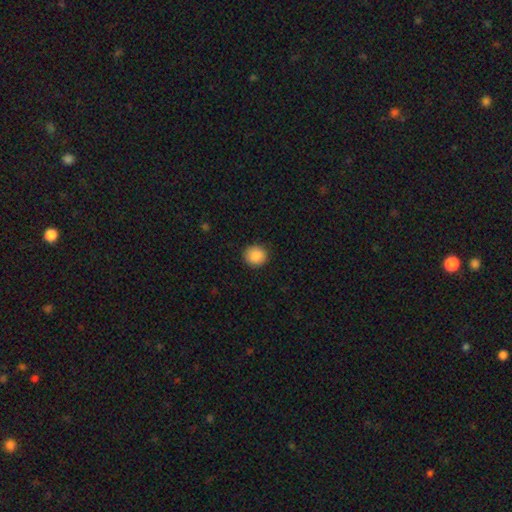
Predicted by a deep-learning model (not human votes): A smooth galaxy with no disk features (87%) that is round (86%).

Vote fractions:
- Smooth or featured? smooth: 87% / star or artifact: 8% / featured or disk: 5%
- How rounded? round: 86% / in between: 13% / cigar-shaped: 1%
- Merging? none: 91% / minor disturbance: 7% / major disturbance: 2% / merger: 1%